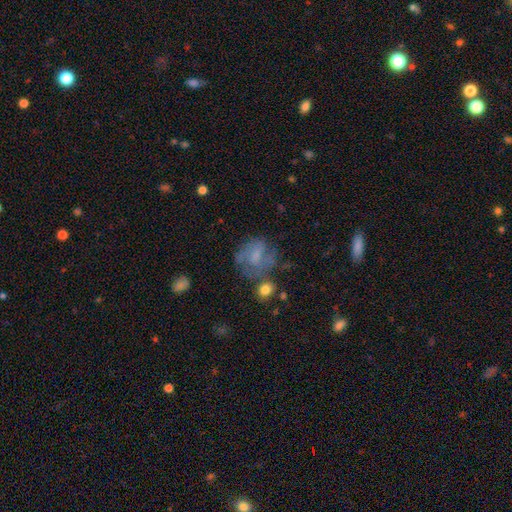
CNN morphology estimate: Smooth or featured?
  - featured or disk: 45% *
  - smooth: 43%
  - star or artifact: 12%
Merging?
  - none: 46% *
  - major disturbance: 23%
  - minor disturbance: 22%
  - merger: 9%